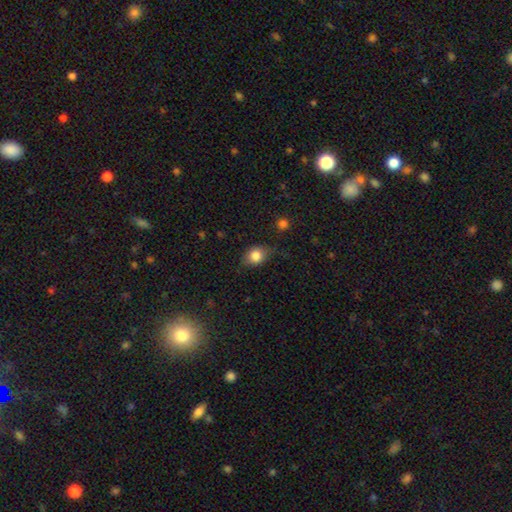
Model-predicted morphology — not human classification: A smooth galaxy with no disk features (82%) that is in between round and cigar-shaped (55%). Merging: none (70%).